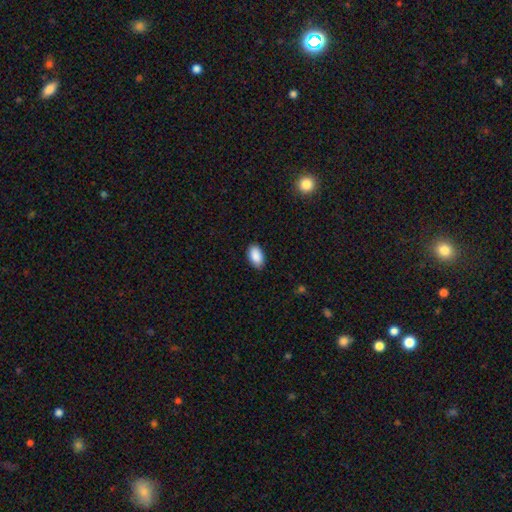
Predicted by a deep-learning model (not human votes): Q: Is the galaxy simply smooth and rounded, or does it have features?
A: smooth — 90%.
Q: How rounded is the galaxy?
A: in between — 94%.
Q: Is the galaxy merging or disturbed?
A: none — 87%.